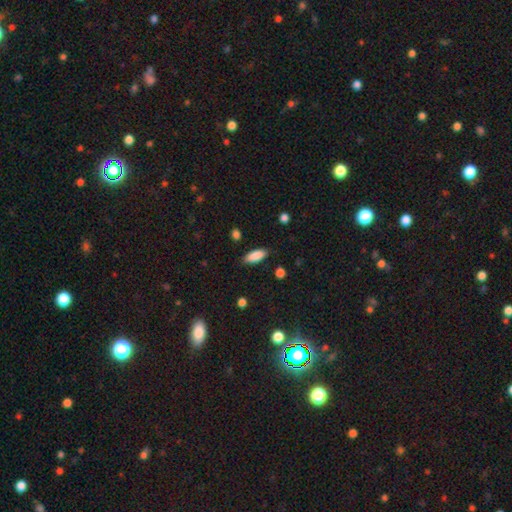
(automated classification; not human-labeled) Smooth or featured? smooth (87%)
How rounded? in between (79%)
Merging? none (83%)